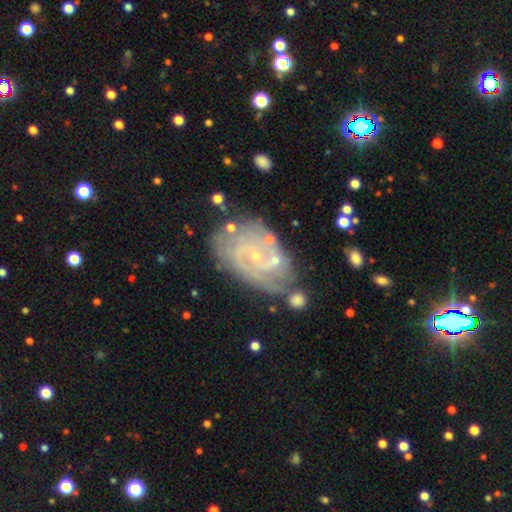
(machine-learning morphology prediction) Overall: featured or disk (80%). Edge-on disk: no (97%). Bar: no (65%; weak 29%). Spiral arms: yes (89%). Spiral arm count: can't tell (35%; 2 34%). Spiral winding: tight (56%; medium 33%). Bulge size: small (82%). Merging: none (59%; minor disturbance 21%).